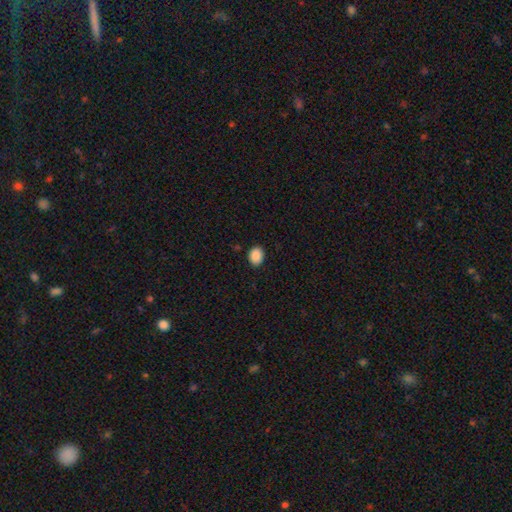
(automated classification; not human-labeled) Morphology: type=smooth (89%); roundness=in between (59%); merging=none (88%).